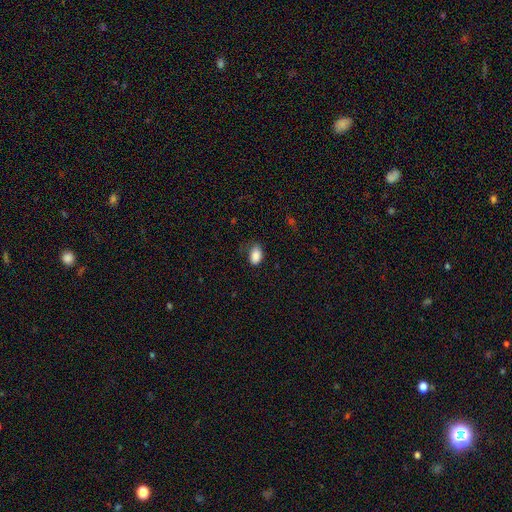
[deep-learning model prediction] A smooth galaxy with no disk features (88%) that is in between round and cigar-shaped (89%). Merging: none (73%).